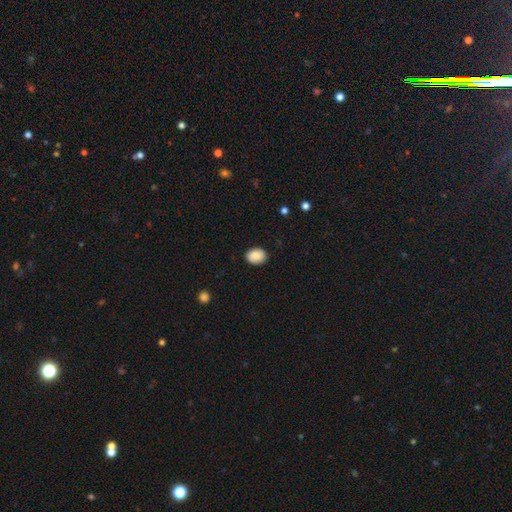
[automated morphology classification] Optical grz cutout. It shows a smooth galaxy with no disk features (86%) that is in between round and cigar-shaped (69%). Merging: none (87%).